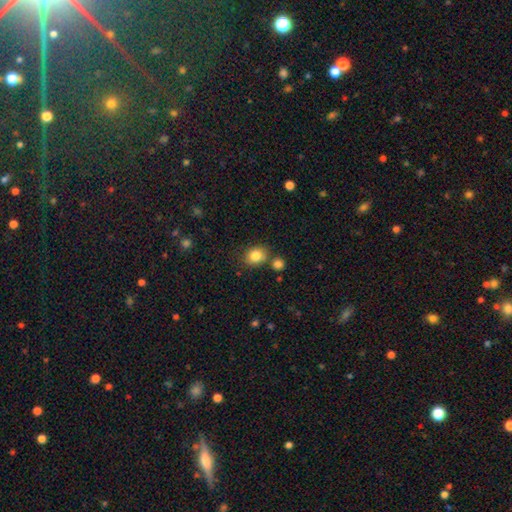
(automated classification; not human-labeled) Smooth or featured? Predicted: smooth (p=0.83). How rounded? Predicted: round (p=0.61). Merging? Predicted: none (p=0.68).